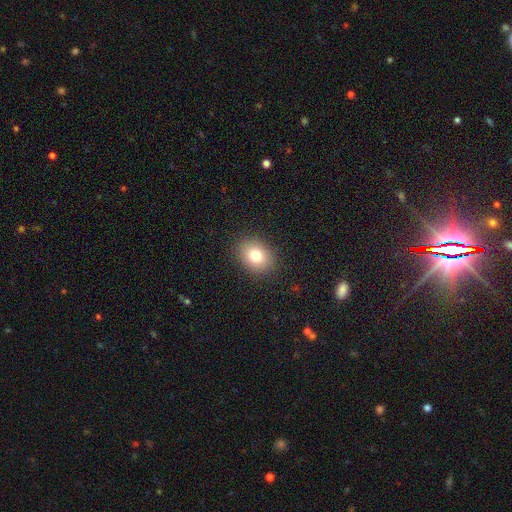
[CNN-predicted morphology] smooth 79%, star or artifact 11%, featured or disk 10%. Down the decision tree: how rounded — in between (55%); merging — none (88%).